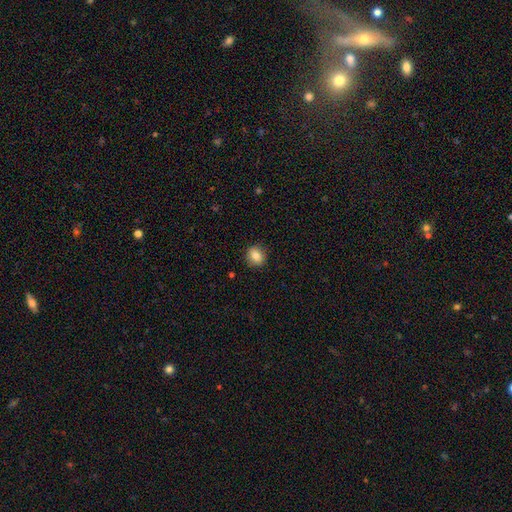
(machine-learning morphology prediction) Smooth or featured? Predicted: smooth (p=0.82). How rounded? Predicted: round (p=0.71). Merging? Predicted: none (p=0.89).